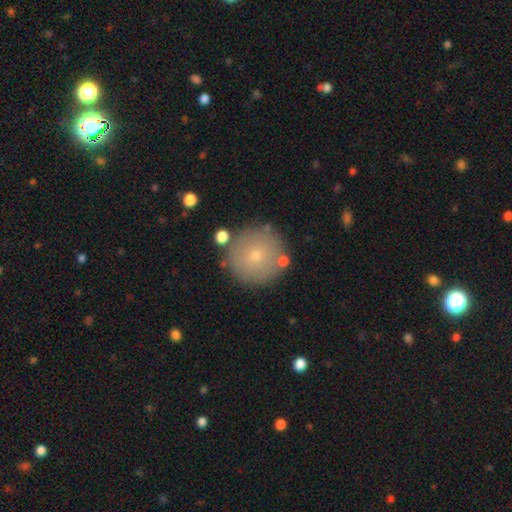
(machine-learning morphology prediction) smooth-or-featured: smooth: 71% | featured or disk: 18% | star or artifact: 10%
  how-rounded: round: 95% | in between: 4% | cigar-shaped: 1%
  merging: none: 85% | minor disturbance: 9% | merger: 4% | major disturbance: 3%